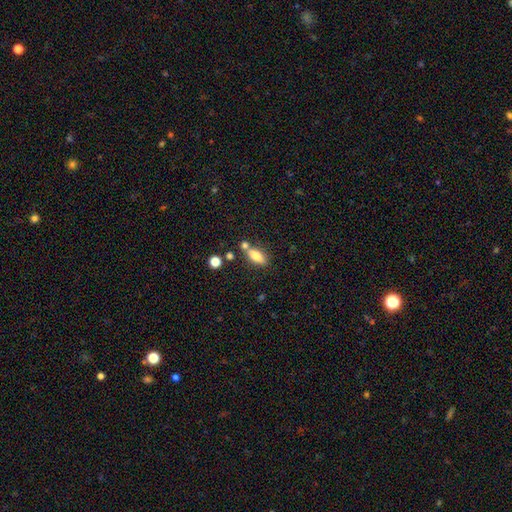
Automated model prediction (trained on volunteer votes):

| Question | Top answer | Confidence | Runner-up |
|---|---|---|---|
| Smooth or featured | smooth | 78% | featured or disk (14%) |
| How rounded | in between | 78% | cigar-shaped (17%) |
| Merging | none | 63% | merger (20%) |